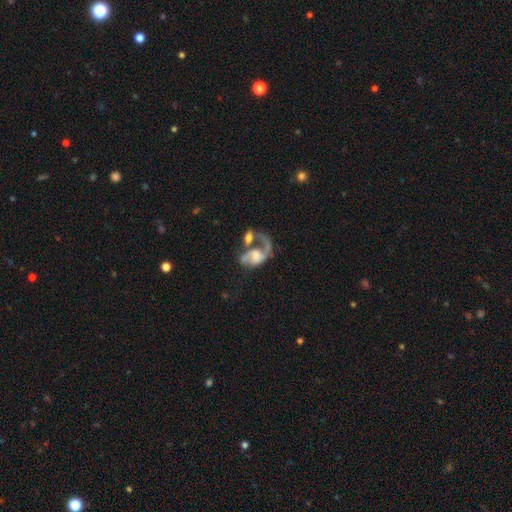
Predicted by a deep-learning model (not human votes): A featured or disk galaxy (69%) with no bar (65%), 1 (53%) loose (60%) spiral arms (78%) and a moderate central bulge (31%). Merging: merger (43%).